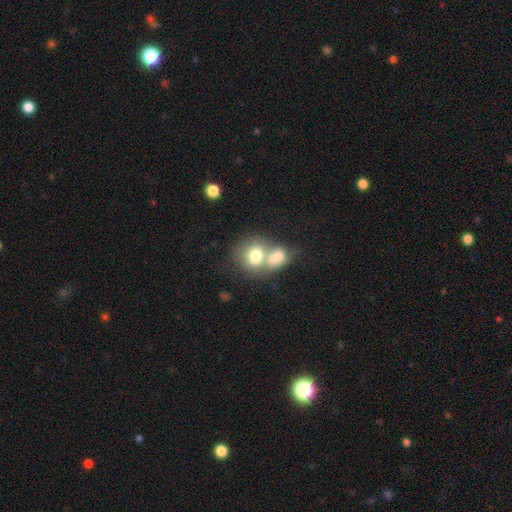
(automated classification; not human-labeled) The model was most divided on "merging": merger: 57%, none: 29%, minor disturbance: 8%, major disturbance: 5%. More confident: smooth or featured — smooth (72%); how rounded — round (67%).